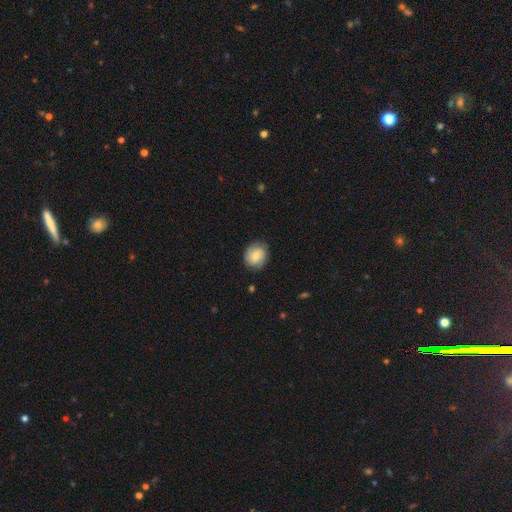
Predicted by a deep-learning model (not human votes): This appears to be a smooth galaxy with no disk features (73%) that is round (67%). Merging: none (79%).